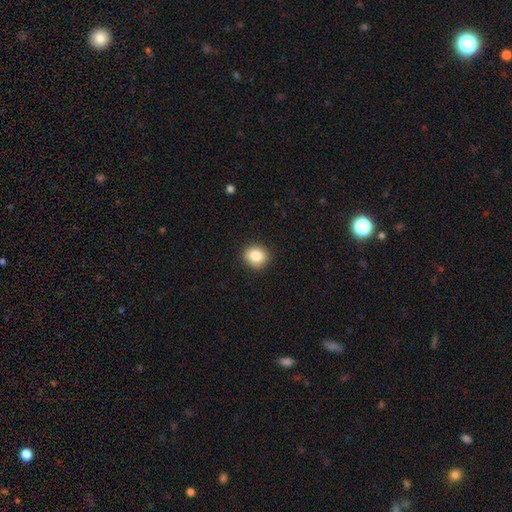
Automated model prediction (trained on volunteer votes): smooth-or-featured: smooth: 85% | star or artifact: 9% | featured or disk: 6%
  how-rounded: round: 79% | in between: 20% | cigar-shaped: 1%
  merging: none: 89% | minor disturbance: 8% | major disturbance: 2% | merger: 1%